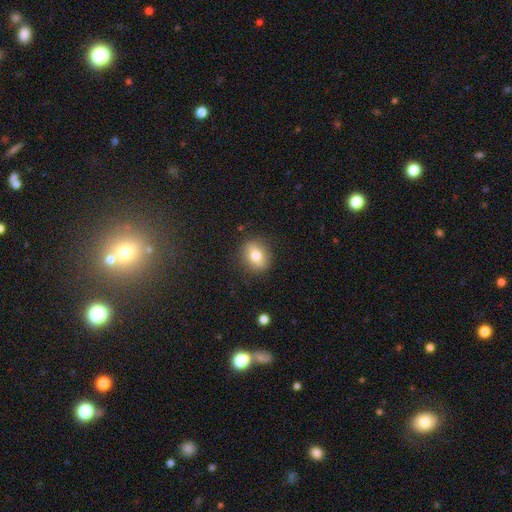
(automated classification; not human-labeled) Overall: smooth (70%). How rounded: in between (52%; round 45%). Merging: none (85%).